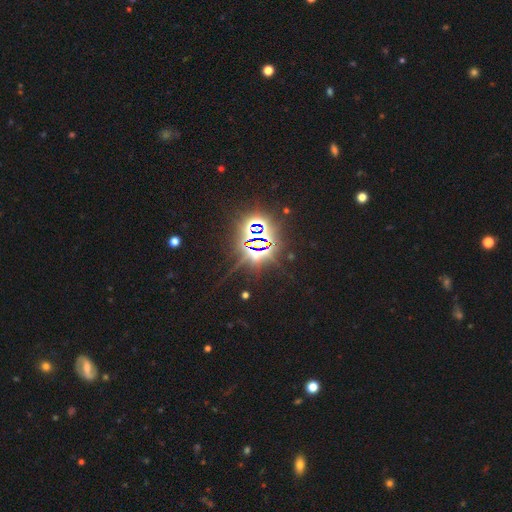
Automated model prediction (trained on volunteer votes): Smooth or featured: star or artifact — 84% (featured or disk — 8%)